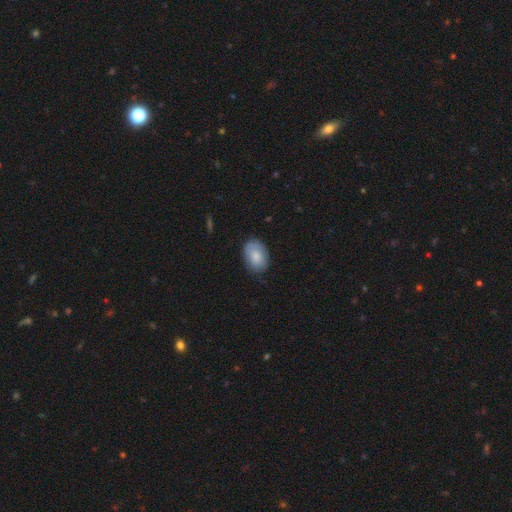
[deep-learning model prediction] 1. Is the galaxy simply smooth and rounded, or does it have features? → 81% smooth, 13% featured or disk, 6% star or artifact.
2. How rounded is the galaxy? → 84% in between, 15% round, 1% cigar-shaped.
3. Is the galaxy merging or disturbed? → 76% none, 19% minor disturbance, 4% major disturbance, 1% merger.